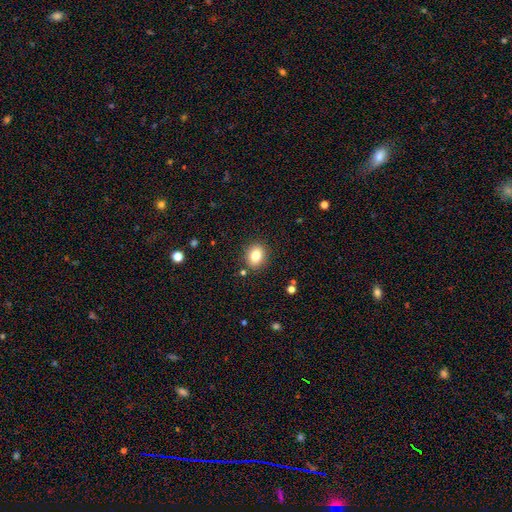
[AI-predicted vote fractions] A smooth galaxy with no disk features (81%) that is in between round and cigar-shaped (52%). Merging: none (87%).